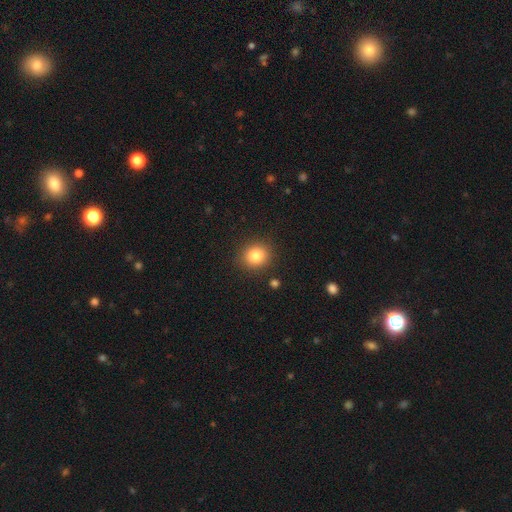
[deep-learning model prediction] Morphology: type=smooth (83%); roundness=round (81%); merging=none (88%).